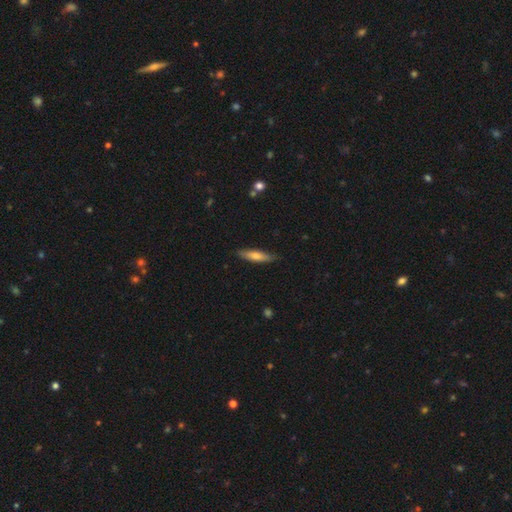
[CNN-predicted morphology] Smooth or featured? smooth (61%)
How rounded? cigar-shaped (81%)
Merging? none (87%)